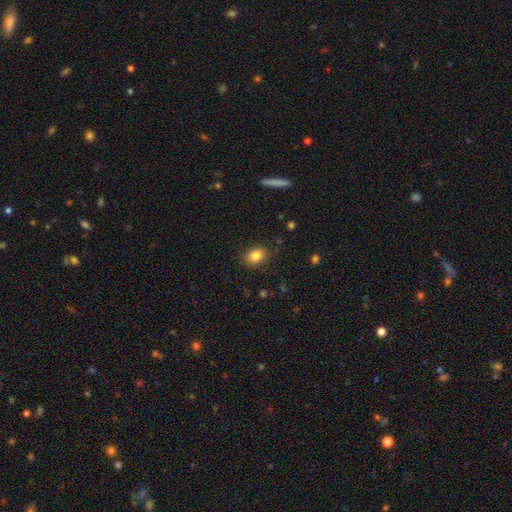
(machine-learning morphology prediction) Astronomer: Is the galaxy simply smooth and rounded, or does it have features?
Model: smooth — 83%.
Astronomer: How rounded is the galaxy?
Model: in between — 70%.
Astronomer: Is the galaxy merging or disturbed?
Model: none — 85%.